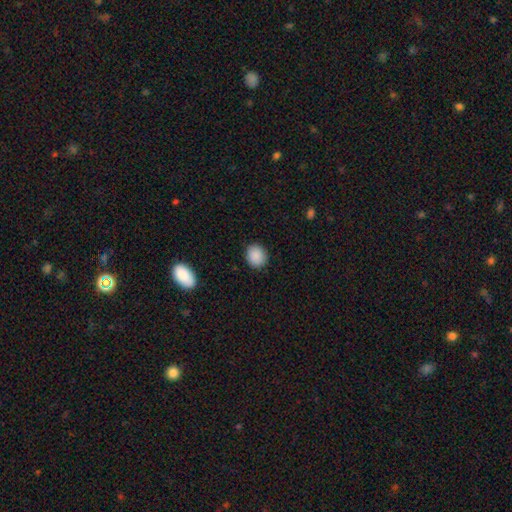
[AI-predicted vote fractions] Overall: smooth (89%). How rounded: round (71%). Merging: none (89%).